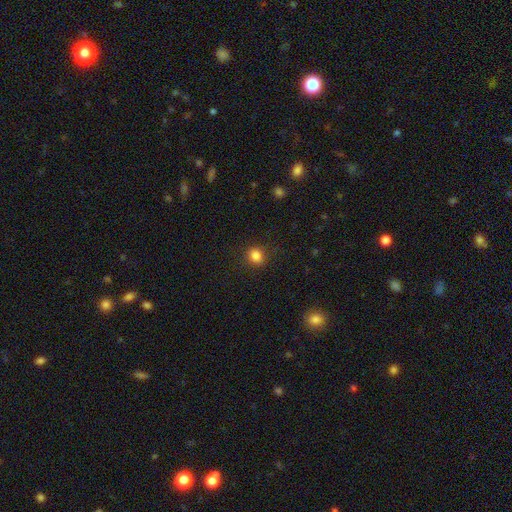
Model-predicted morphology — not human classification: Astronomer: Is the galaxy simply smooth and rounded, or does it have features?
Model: smooth — 84%.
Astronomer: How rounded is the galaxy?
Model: round — 76%.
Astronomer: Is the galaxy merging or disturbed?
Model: none — 88%.